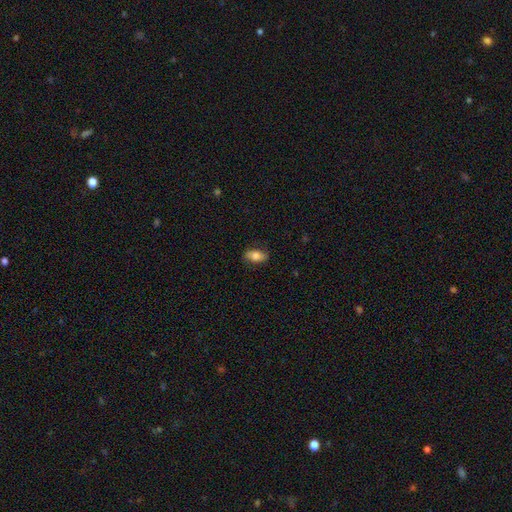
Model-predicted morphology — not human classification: Smooth or featured? Predicted: smooth (p=0.75). How rounded? Predicted: in between (p=0.87). Merging? Predicted: none (p=0.81).